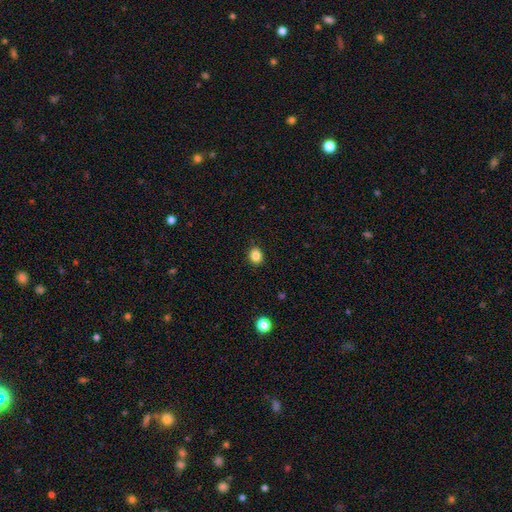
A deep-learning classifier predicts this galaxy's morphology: A smooth galaxy with no disk features (85%) that is round (70%).

Vote fractions:
- Smooth or featured? smooth: 85% / star or artifact: 11% / featured or disk: 4%
- How rounded? round: 70% / in between: 29% / cigar-shaped: 1%
- Merging? none: 90% / minor disturbance: 7% / major disturbance: 2% / merger: 1%